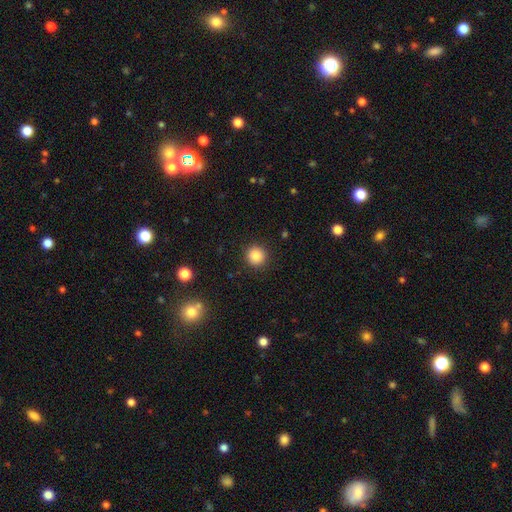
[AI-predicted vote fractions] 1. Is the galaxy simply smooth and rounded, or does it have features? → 86% smooth, 10% star or artifact, 4% featured or disk.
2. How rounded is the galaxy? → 94% round, 5% in between, 1% cigar-shaped.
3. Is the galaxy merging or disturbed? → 91% none, 6% minor disturbance, 2% major disturbance, 1% merger.